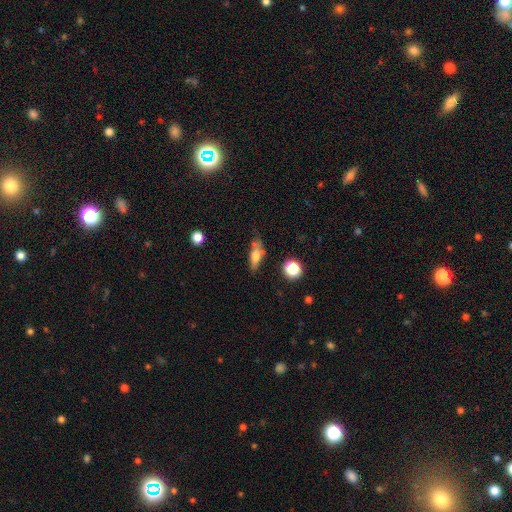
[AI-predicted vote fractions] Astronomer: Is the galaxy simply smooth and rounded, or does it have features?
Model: smooth — 63%.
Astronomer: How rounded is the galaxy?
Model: in between — 54% (runner-up: cigar-shaped, 37%).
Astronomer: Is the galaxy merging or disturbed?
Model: none — 53%.